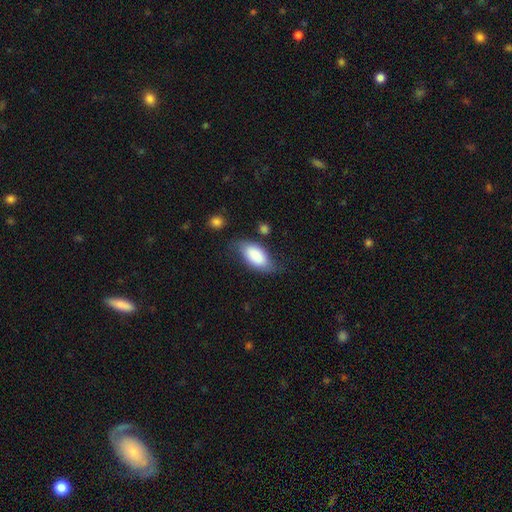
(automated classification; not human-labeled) Q: Smooth or featured?
A: smooth (82%); runner-up: featured or disk (12%)
Q: How rounded?
A: in between (91%); runner-up: cigar-shaped (6%)
Q: Merging?
A: none (60%); runner-up: minor disturbance (27%)